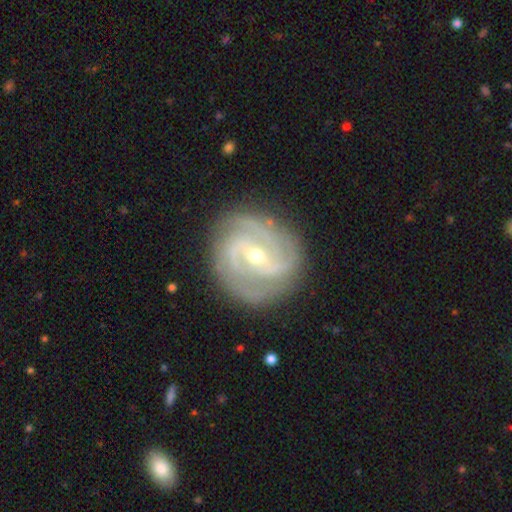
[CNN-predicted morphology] This is clearly a featured or disk galaxy (91%). It is clearly not viewed edge-on (98%). Bar: possibly weak (45%). Spiral arm pattern: clearly yes (98%). Spiral arm count: marginally 3 (38%). Spiral winding: possibly tight (55%). Central bulge: possibly small (56%). Merging: clearly none (82%).